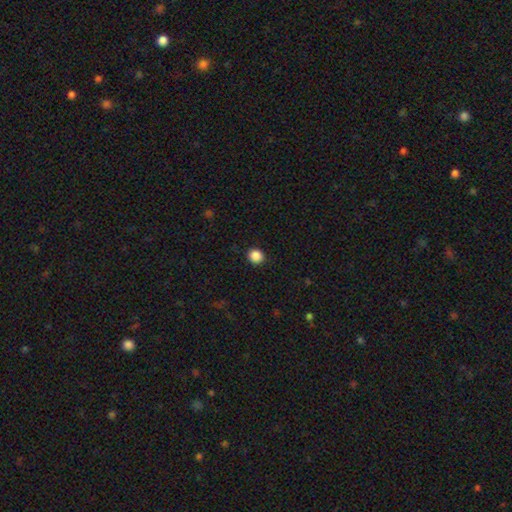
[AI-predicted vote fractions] smooth-or-featured: smooth: 87% | star or artifact: 10% | featured or disk: 3%
  how-rounded: round: 88% | in between: 11% | cigar-shaped: 1%
  merging: none: 92% | minor disturbance: 6% | major disturbance: 2% | merger: 1%